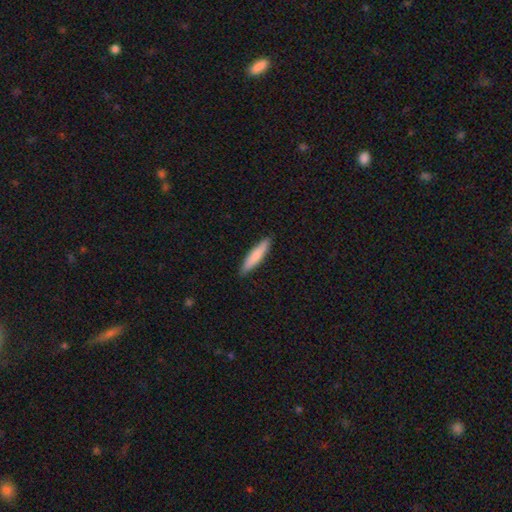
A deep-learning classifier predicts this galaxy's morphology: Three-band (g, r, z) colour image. It shows a smooth galaxy with no disk features (79%) that is cigar-shaped (85%). Merging: none (89%).